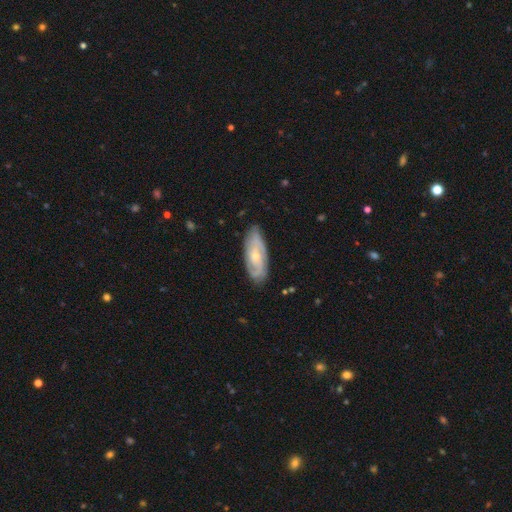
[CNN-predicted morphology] featured or disk 75%, smooth 19%, star or artifact 5%. Down the decision tree: edge-on disk — no (89%); bar — no (69%); spiral arms — yes (91%); spiral arm count — 2 (39%); spiral winding — tight (59%); bulge size — small (62%); merging — none (78%).